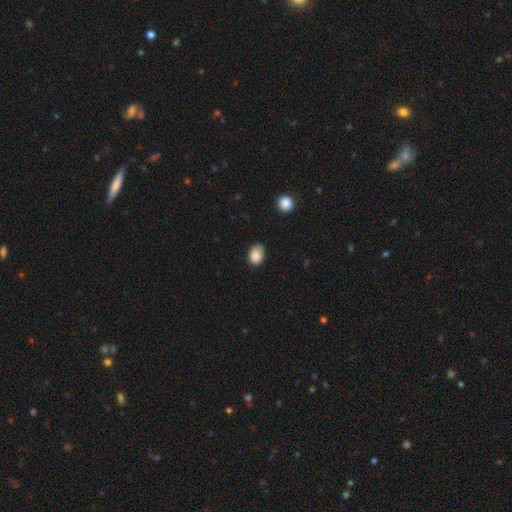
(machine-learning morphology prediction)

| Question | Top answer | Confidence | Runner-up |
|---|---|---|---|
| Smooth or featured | smooth | 85% | star or artifact (9%) |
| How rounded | in between | 70% | round (29%) |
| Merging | none | 65% | minor disturbance (28%) |